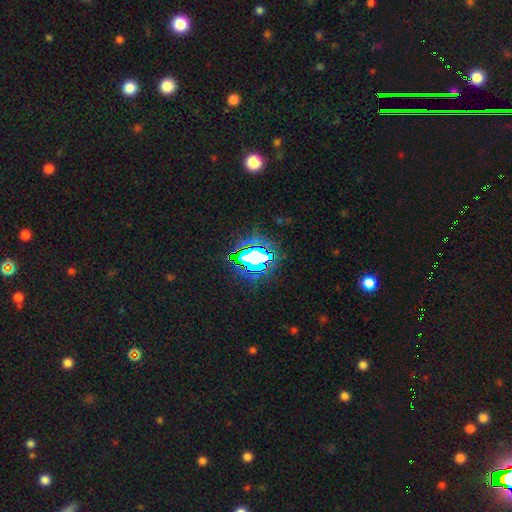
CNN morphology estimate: Smooth or featured: star or artifact — 64% (smooth — 20%)